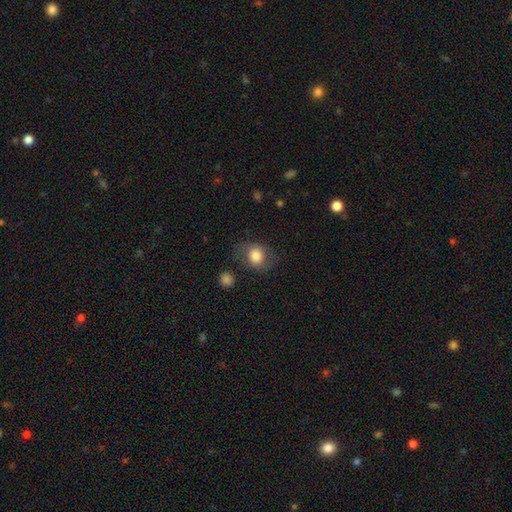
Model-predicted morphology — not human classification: Q: Smooth or featured?
A: smooth (76%); runner-up: featured or disk (17%)
Q: How rounded?
A: in between (50%); runner-up: round (49%)
Q: Merging?
A: none (67%); runner-up: minor disturbance (20%)